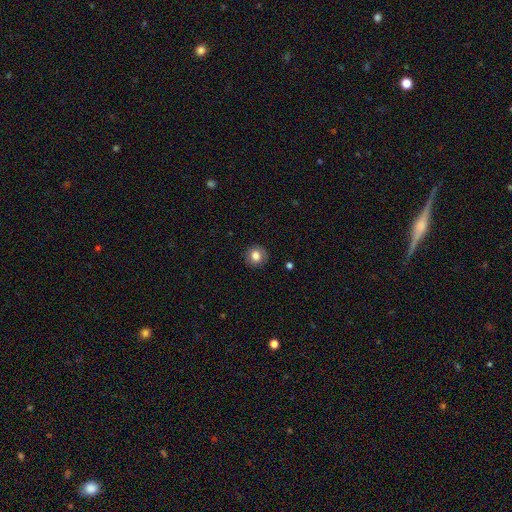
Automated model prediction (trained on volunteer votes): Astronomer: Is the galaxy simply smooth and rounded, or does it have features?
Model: smooth — 82%.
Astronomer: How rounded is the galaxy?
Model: round — 90%.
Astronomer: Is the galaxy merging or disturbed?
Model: none — 89%.